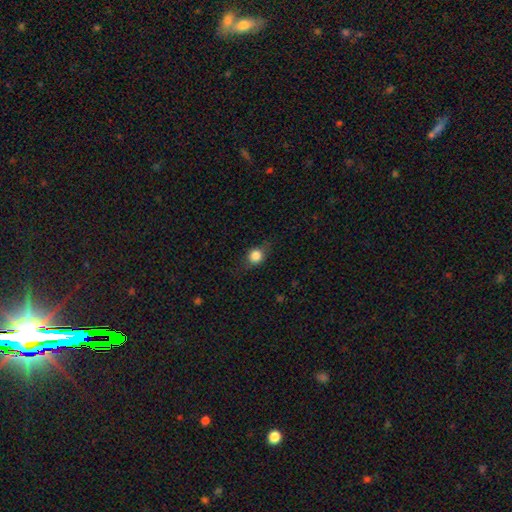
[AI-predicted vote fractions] This appears to be a smooth galaxy with no disk features (78%) that is round (73%). Merging: none (74%).